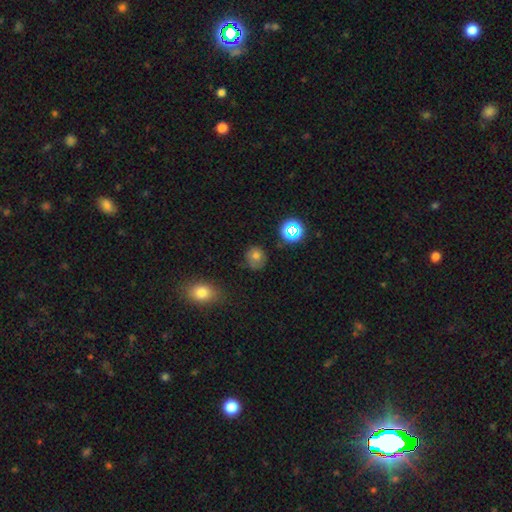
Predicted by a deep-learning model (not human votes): This appears to be a smooth galaxy with no disk features (69%) that is round (81%). Merging: none (71%).